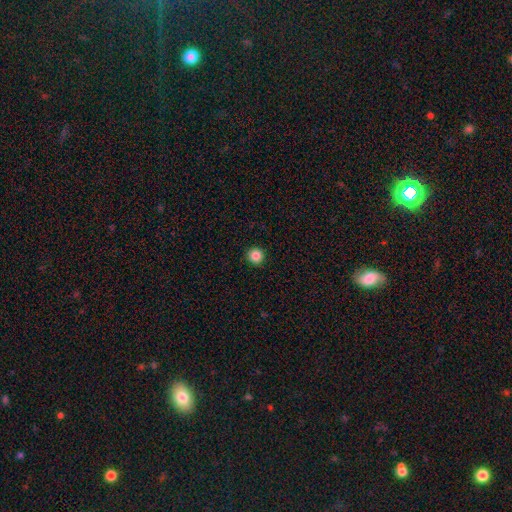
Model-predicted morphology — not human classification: Smooth or featured? smooth (86%)
How rounded? round (96%)
Merging? none (93%)